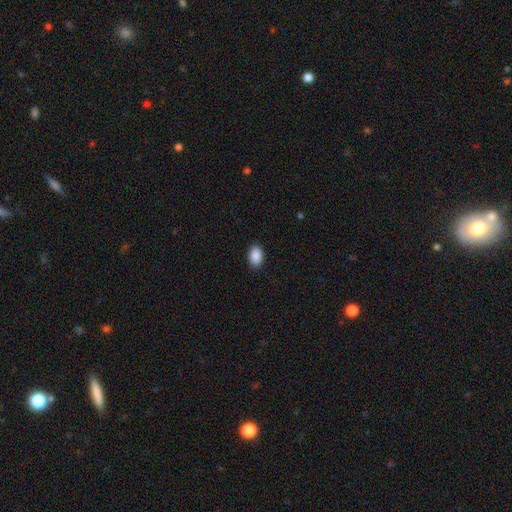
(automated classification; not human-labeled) smooth 90%, star or artifact 7%, featured or disk 3%. Down the decision tree: how rounded — in between (89%); merging — none (88%).